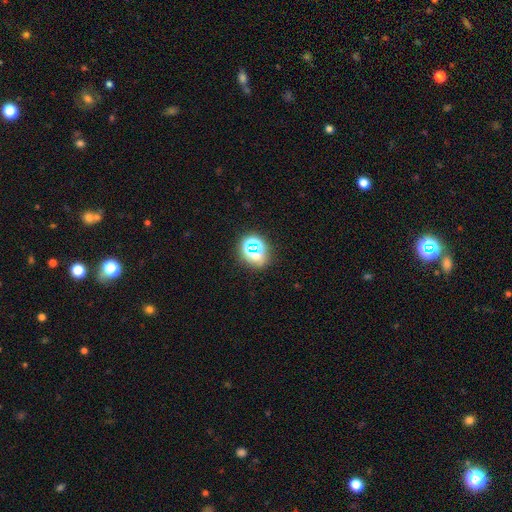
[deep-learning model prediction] Smooth or featured: star or artifact — 49% (smooth — 38%)